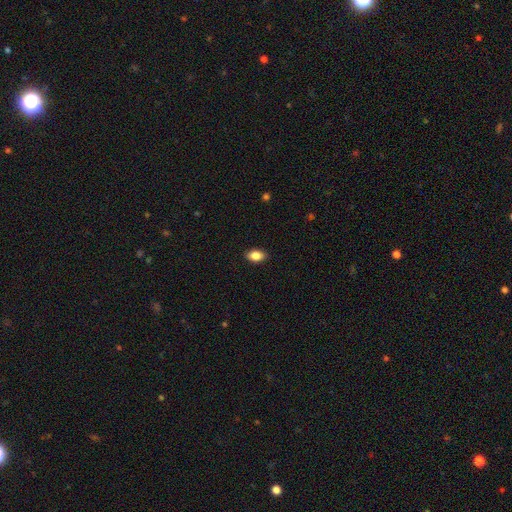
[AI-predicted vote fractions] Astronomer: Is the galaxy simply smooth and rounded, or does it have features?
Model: smooth — 86%.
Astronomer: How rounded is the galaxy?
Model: in between — 87%.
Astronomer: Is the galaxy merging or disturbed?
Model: none — 89%.